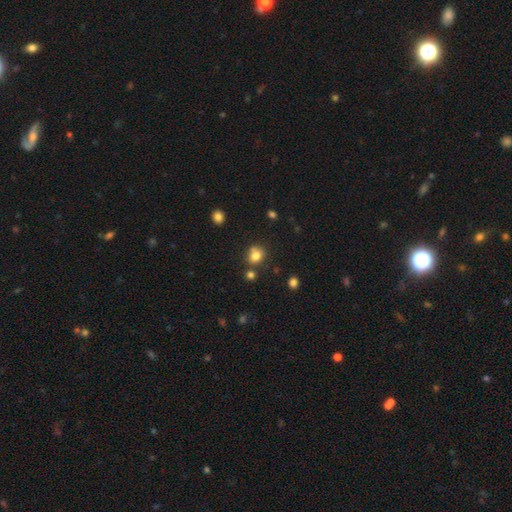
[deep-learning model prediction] A smooth galaxy with no disk features (79%) that is round (68%). Merging: none (63%).